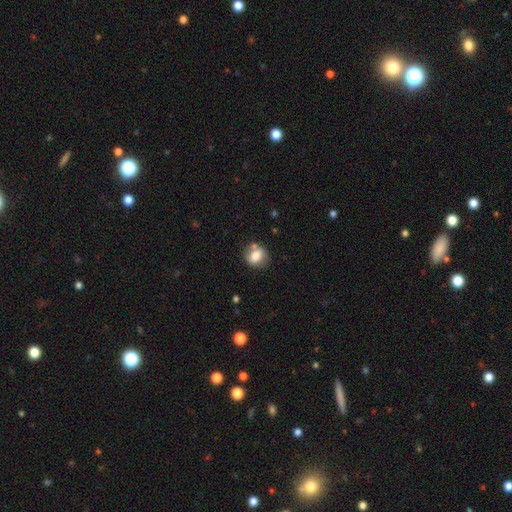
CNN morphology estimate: smooth_or_featured: smooth (p=0.74) [alt: featured or disk p=0.17]
how_rounded: round (p=0.70) [alt: in between p=0.28]
merging: none (p=0.69) [alt: minor disturbance p=0.16]